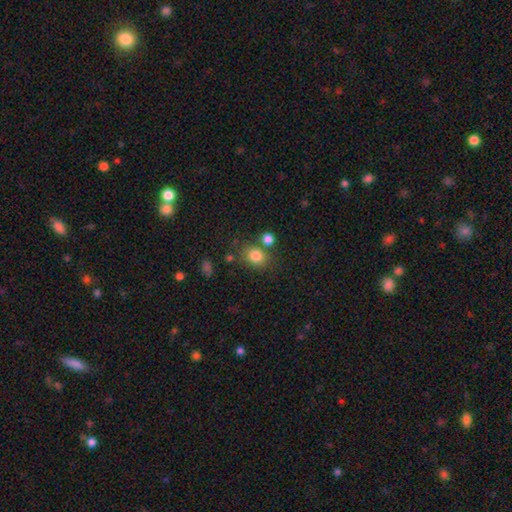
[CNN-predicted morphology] Overall: smooth (82%). How rounded: round (62%; in between 37%). Merging: none (69%).